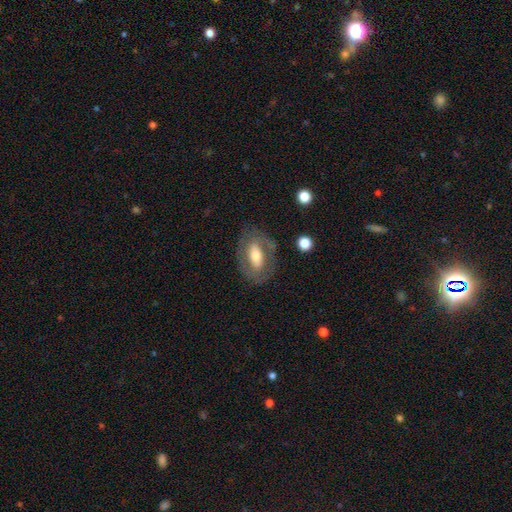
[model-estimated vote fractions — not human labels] Q: Smooth or featured?
A: featured or disk (51%); runner-up: smooth (42%)
Q: Edge-on disk?
A: no (89%); runner-up: yes (11%)
Q: Merging?
A: none (73%); runner-up: minor disturbance (15%)